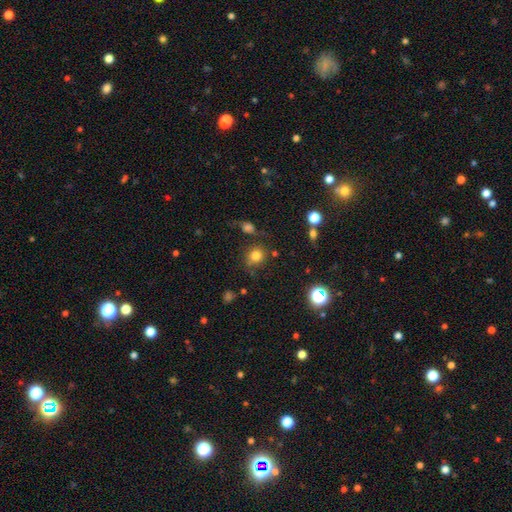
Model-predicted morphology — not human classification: type=smooth (79%); roundness=round (85%); merging=none (74%).